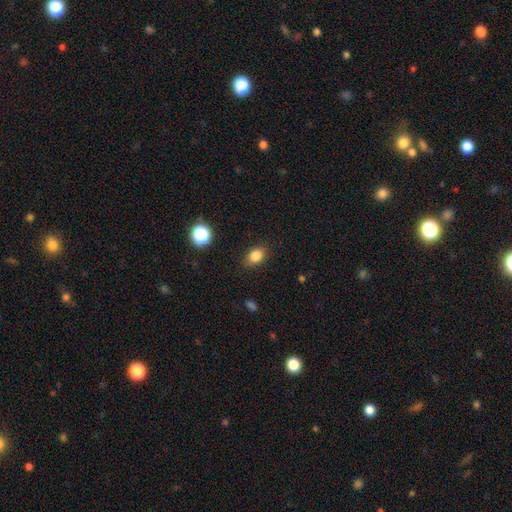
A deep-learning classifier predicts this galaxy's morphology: A smooth galaxy with no disk features (83%) that is in between round and cigar-shaped (69%).

Vote fractions:
- Smooth or featured? smooth: 83% / star or artifact: 11% / featured or disk: 6%
- How rounded? in between: 69% / round: 30% / cigar-shaped: 1%
- Merging? none: 83% / minor disturbance: 12% / major disturbance: 3% / merger: 1%